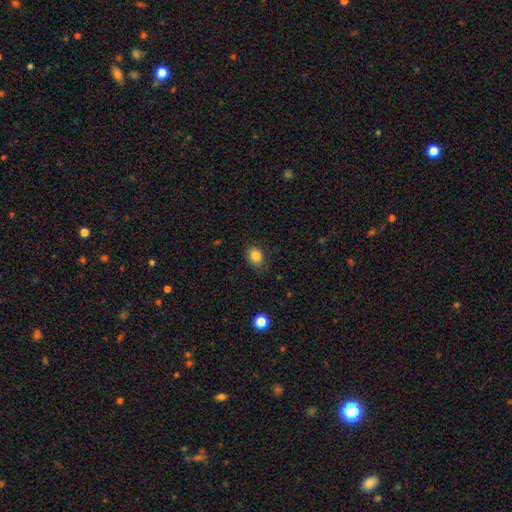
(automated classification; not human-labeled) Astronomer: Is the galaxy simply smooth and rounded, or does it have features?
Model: smooth — 84%.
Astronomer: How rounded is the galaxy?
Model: in between — 65%.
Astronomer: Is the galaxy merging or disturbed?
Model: none — 81%.